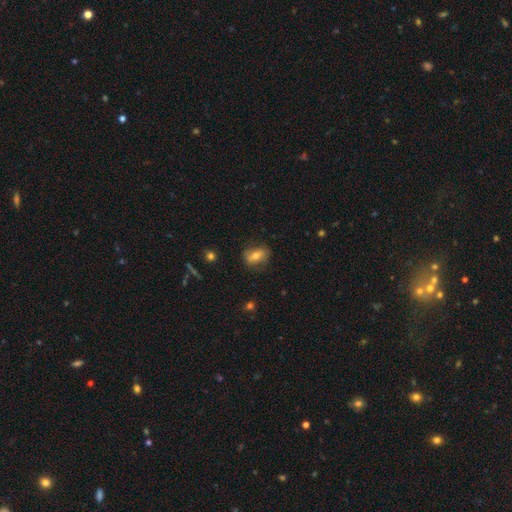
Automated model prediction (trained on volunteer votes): smooth 57%, featured or disk 33%, star or artifact 10%. Down the decision tree: how rounded — in between (69%); merging — none (73%).